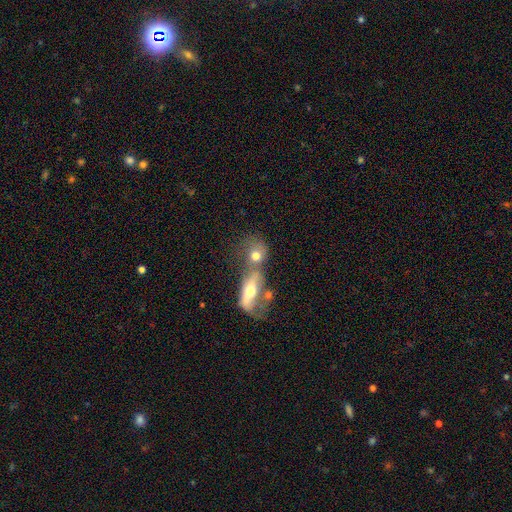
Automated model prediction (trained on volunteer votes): The model was most divided on "how rounded": round: 47%, in between: 46%, cigar-shaped: 7%. More confident: smooth or featured — smooth (63%); merging — merger (61%).